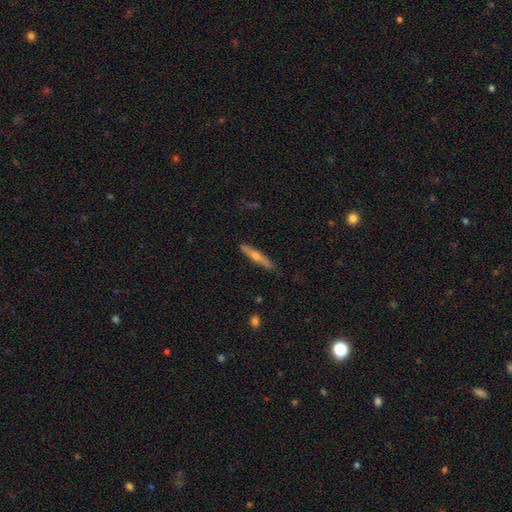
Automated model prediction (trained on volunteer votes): Smooth or featured? Predicted: featured or disk (p=0.59). Edge-on disk? Predicted: yes (p=0.95). Edge-on bulge? Predicted: rounded (p=0.85). Merging? Predicted: none (p=0.86).